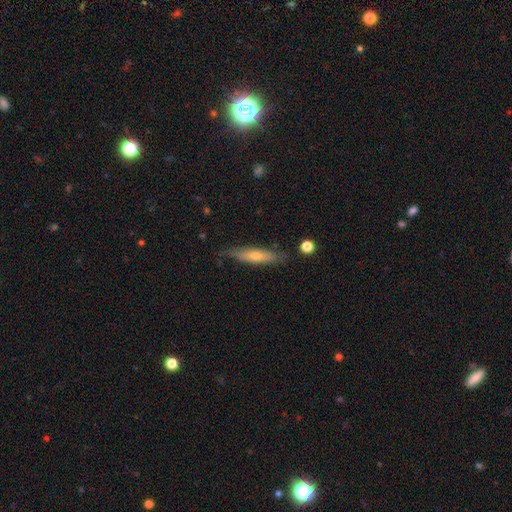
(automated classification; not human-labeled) A smooth galaxy with no disk features (49%).

Vote fractions:
- Smooth or featured? smooth: 49% / featured or disk: 44% / star or artifact: 7%
- Merging? none: 79% / minor disturbance: 16% / major disturbance: 3% / merger: 2%